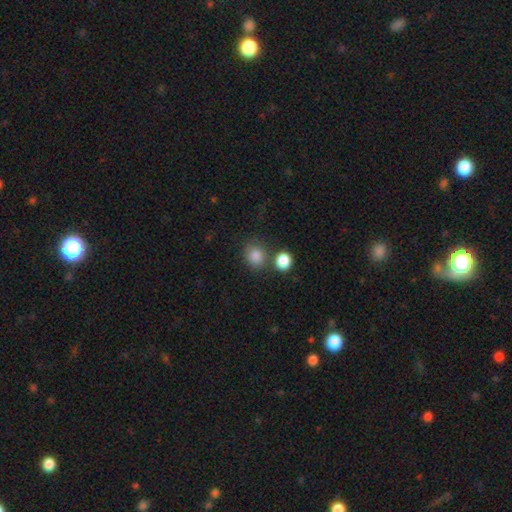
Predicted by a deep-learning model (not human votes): Smooth or featured? smooth (85%)
How rounded? round (77%)
Merging? none (68%)